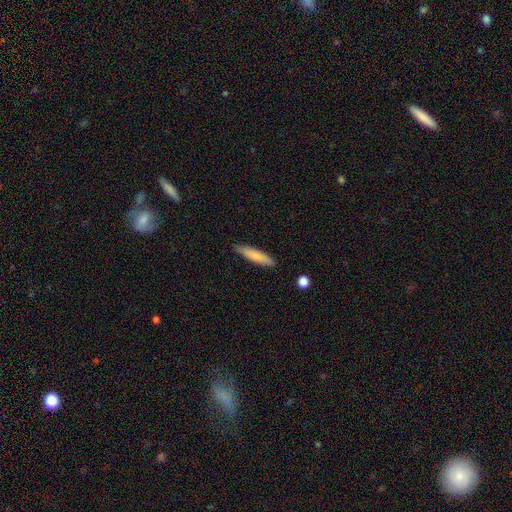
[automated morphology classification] The model was most divided on "how rounded": cigar-shaped: 81%, in between: 17%, round: 1%. More confident: merging — none (86%); smooth or featured — smooth (80%).